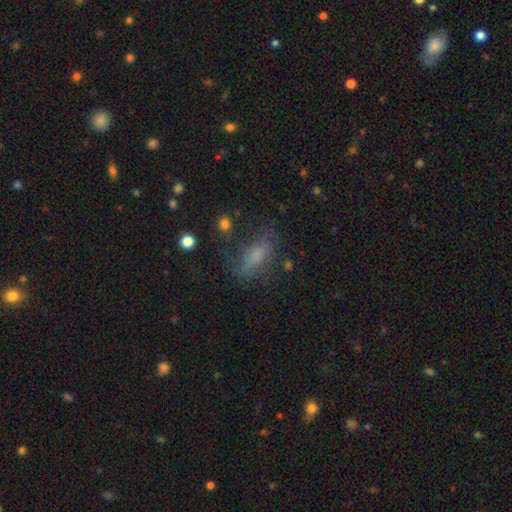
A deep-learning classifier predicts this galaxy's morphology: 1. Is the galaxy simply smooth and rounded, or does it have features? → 60% smooth, 24% featured or disk, 15% star or artifact.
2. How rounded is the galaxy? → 72% in between, 22% cigar-shaped, 6% round.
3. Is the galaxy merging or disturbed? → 53% none, 23% minor disturbance, 20% major disturbance, 3% merger.